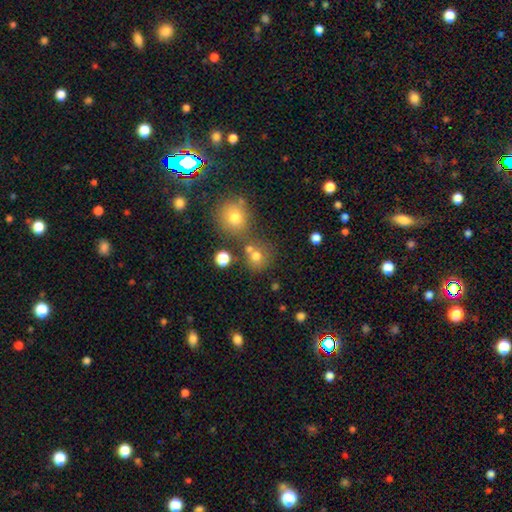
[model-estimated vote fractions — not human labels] smooth 74%, star or artifact 16%, featured or disk 10%. Down the decision tree: how rounded — round (84%); merging — none (57%).